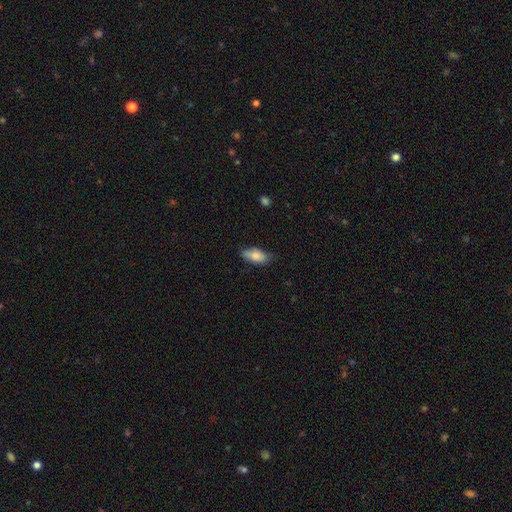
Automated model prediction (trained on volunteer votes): Morphology: type=smooth (81%); roundness=in between (85%); merging=none (72%).